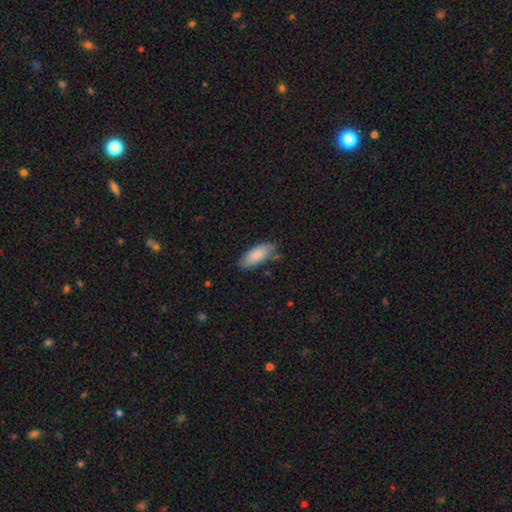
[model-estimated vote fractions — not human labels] smooth-or-featured: smooth: 85% | featured or disk: 10% | star or artifact: 6%
  how-rounded: in between: 82% | cigar-shaped: 16% | round: 2%
  merging: none: 71% | minor disturbance: 22% | major disturbance: 4% | merger: 3%